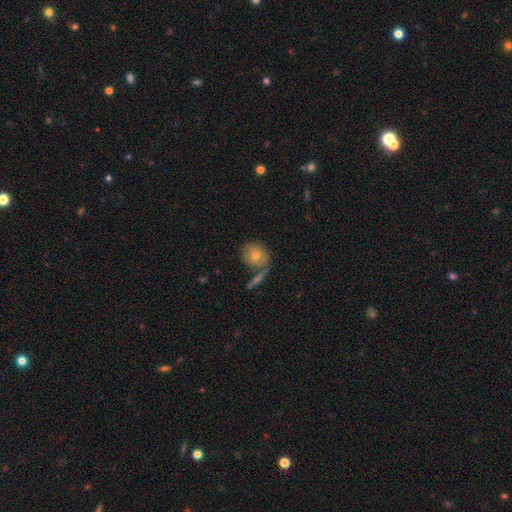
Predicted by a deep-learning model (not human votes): smooth-or-featured: smooth: 62% | featured or disk: 28% | star or artifact: 11%
  how-rounded: round: 75% | in between: 23% | cigar-shaped: 2%
  merging: none: 63% | merger: 19% | minor disturbance: 13% | major disturbance: 5%